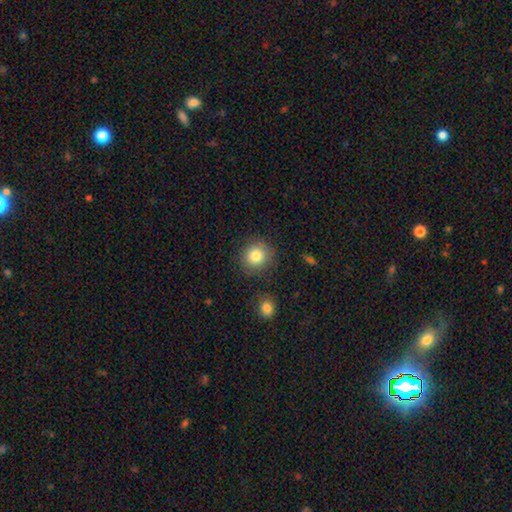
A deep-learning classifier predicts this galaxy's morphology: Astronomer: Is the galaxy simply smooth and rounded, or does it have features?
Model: smooth — 82%.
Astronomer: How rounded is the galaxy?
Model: round — 89%.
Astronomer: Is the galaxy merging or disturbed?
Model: none — 85%.